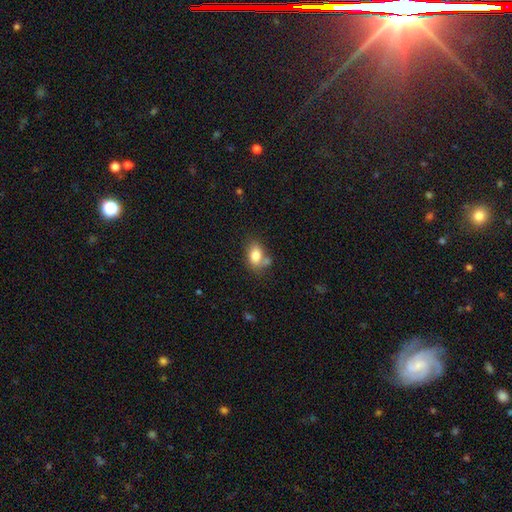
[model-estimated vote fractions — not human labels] A smooth galaxy with no disk features (80%) that is in between round and cigar-shaped (79%). Merging: none (52%).